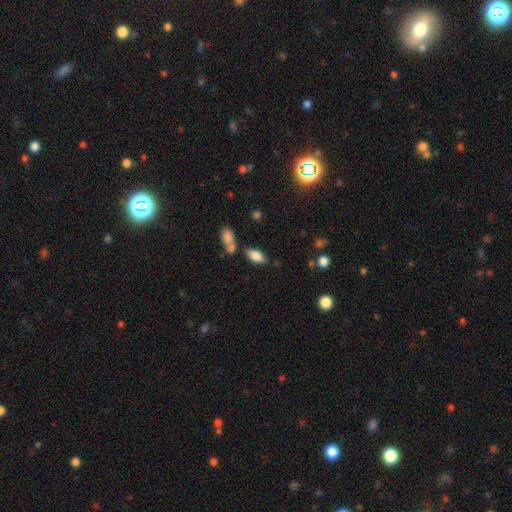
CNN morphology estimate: This appears to be a smooth galaxy with no disk features (82%) that is in between round and cigar-shaped (89%). Merging: none (64%).